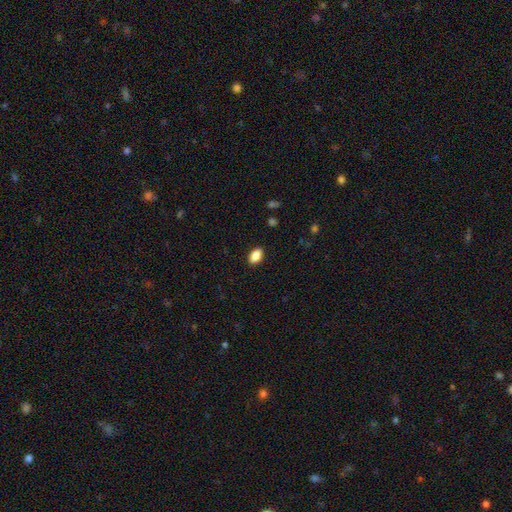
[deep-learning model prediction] Smooth or featured: smooth — 87% (star or artifact — 8%)
How rounded: in between — 91% (round — 7%)
Merging: none — 89% (minor disturbance — 8%)